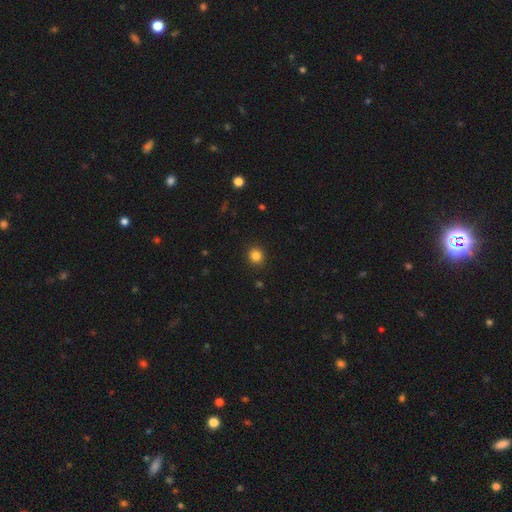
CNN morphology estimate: smooth-or-featured: smooth: 84% | star or artifact: 12% | featured or disk: 4%
  how-rounded: round: 82% | in between: 17% | cigar-shaped: 1%
  merging: none: 91% | minor disturbance: 6% | major disturbance: 2% | merger: 1%